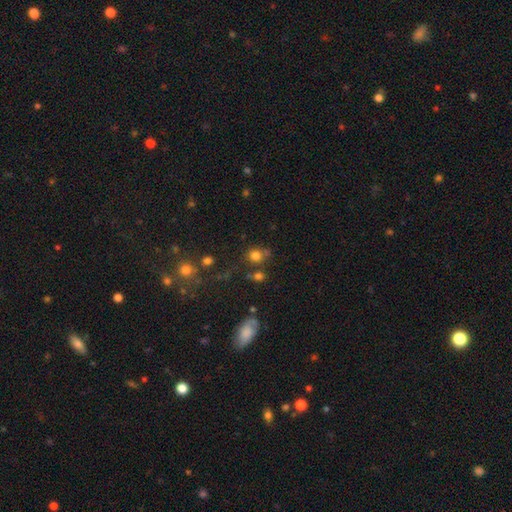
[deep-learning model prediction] This appears to be a smooth galaxy with no disk features (76%) that is round (78%). Merging: none (65%).